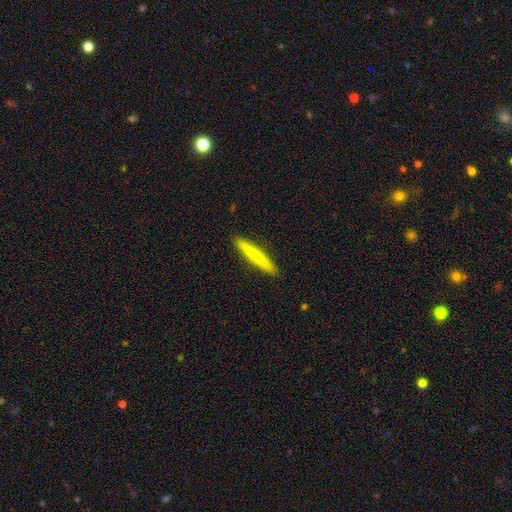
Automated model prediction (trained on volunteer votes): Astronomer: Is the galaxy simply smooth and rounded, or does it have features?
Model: smooth — 69%.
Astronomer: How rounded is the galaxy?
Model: cigar-shaped — 96%.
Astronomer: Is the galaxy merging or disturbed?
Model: none — 93%.